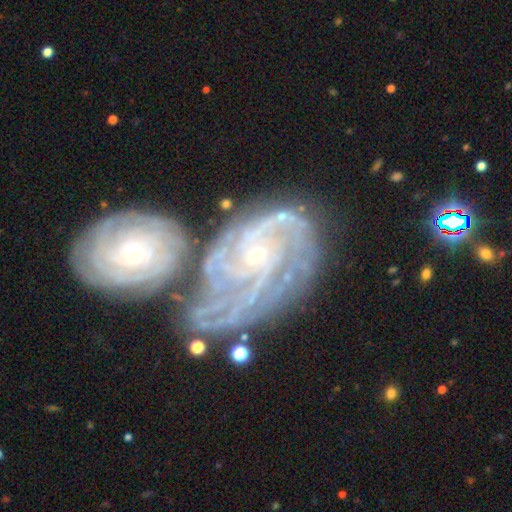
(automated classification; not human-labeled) A featured or disk galaxy (89%) with no bar (67%), 4 (24%, tied with can't tell) tight (73%) spiral arms (98%) and a small central bulge (77%).

Vote fractions:
- Smooth or featured? featured or disk: 89% / star or artifact: 6% / smooth: 5%
- Edge-on disk? no: 97% / yes: 3%
- Bar? no: 67% / weak: 25% / strong: 8%
- Spiral arms? yes: 98% / no: 2%
- Spiral winding? tight: 73% / medium: 23% / loose: 4%
- Spiral arm count? 4: 24% (tied) / can't tell: 24% (tied) / 3: 21% / more than 4: 13% / 2: 11% / 1: 7%
- Bulge size? small: 77% / moderate: 18% / none: 3% / large: 1% / dominant: 1%
- Merging? merger: 39% / none: 35% / minor disturbance: 16% / major disturbance: 9%